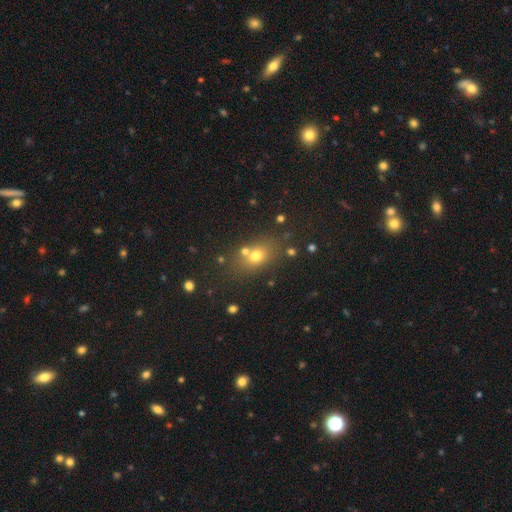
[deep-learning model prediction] Smooth or featured? smooth (67%)
How rounded? in between (59%)
Merging? none (63%)